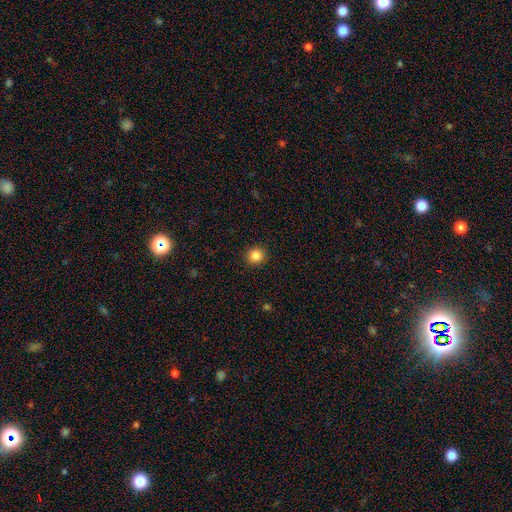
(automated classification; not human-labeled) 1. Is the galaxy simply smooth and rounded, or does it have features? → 85% smooth, 10% star or artifact, 4% featured or disk.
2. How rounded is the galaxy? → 90% round, 9% in between, 1% cigar-shaped.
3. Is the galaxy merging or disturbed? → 92% none, 6% minor disturbance, 2% major disturbance, 1% merger.